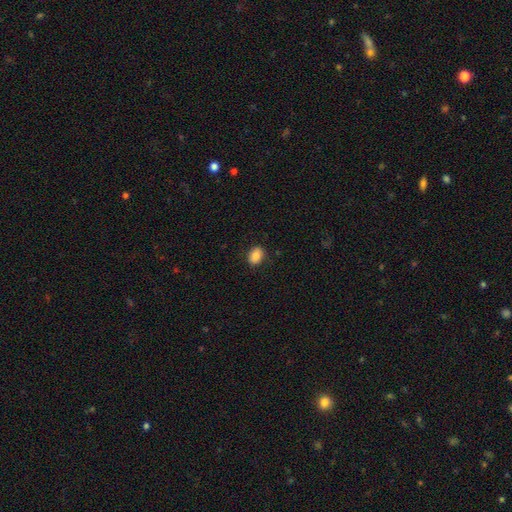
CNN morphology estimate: This appears to be a smooth galaxy with no disk features (84%) that is in between round and cigar-shaped (65%). Merging: none (87%).